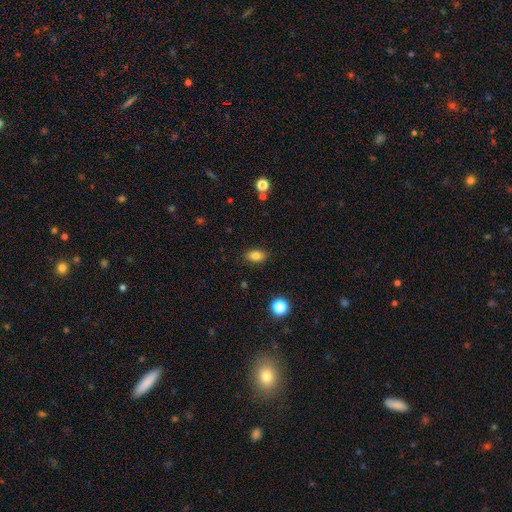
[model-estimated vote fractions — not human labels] Smooth or featured?
  - smooth: 81% *
  - star or artifact: 10%
  - featured or disk: 9%
How rounded?
  - in between: 83% *
  - round: 14%
  - cigar-shaped: 3%
Merging?
  - none: 87% *
  - minor disturbance: 9%
  - major disturbance: 2%
  - merger: 1%